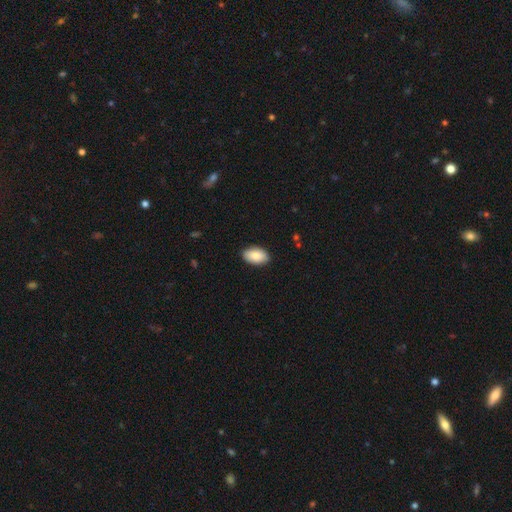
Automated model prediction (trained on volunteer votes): Morphology: type=smooth (86%); roundness=in between (94%); merging=none (88%).